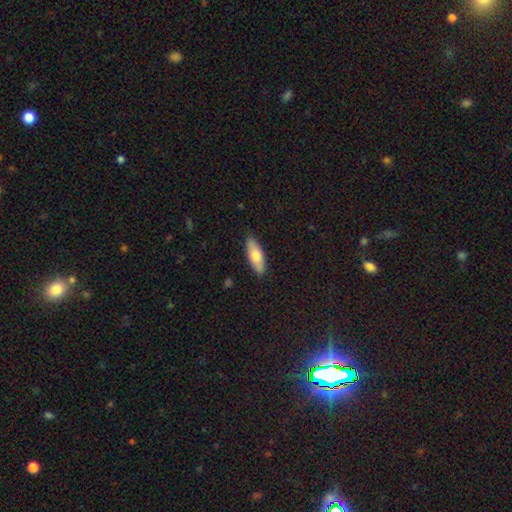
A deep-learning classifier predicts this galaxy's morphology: smooth-or-featured: smooth: 67% | featured or disk: 28% | star or artifact: 6%
  how-rounded: in between: 65% | cigar-shaped: 32% | round: 2%
  merging: none: 87% | minor disturbance: 10% | major disturbance: 2% | merger: 1%